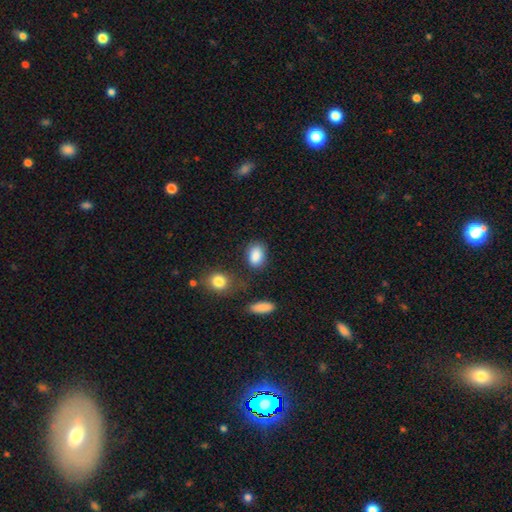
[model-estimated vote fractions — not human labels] Smooth or featured? Predicted: smooth (p=0.87). How rounded? Predicted: in between (p=0.82). Merging? Predicted: none (p=0.73).